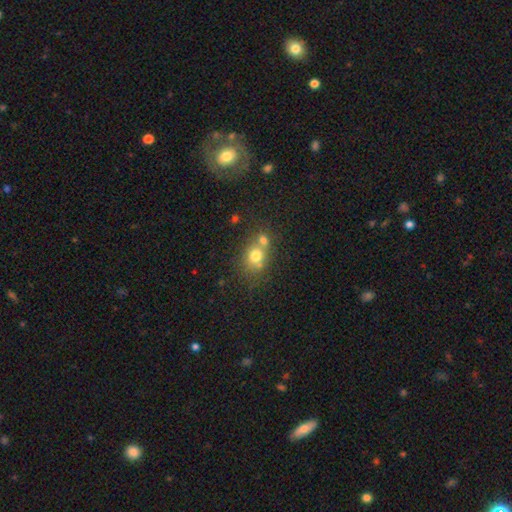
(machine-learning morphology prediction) smooth_or_featured: smooth (p=0.72) [alt: featured or disk p=0.15]
how_rounded: round (p=0.67) [alt: in between p=0.32]
merging: merger (p=0.46) [alt: none p=0.40]